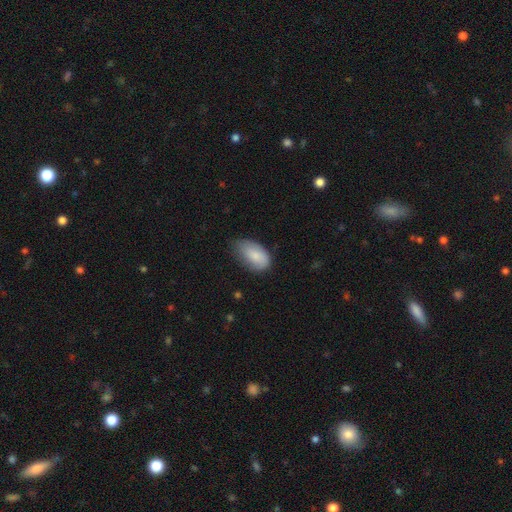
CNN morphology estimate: This is clearly a smooth galaxy (81%). How rounded: clearly in between (94%). Merging: possibly none (52%).